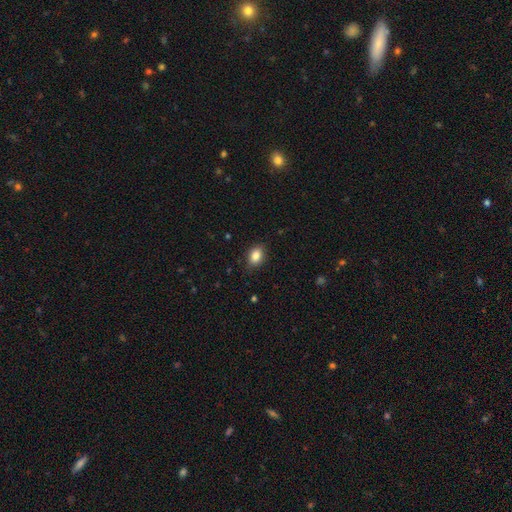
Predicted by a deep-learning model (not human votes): smooth_or_featured: smooth (p=0.86) [alt: star or artifact p=0.09]
how_rounded: in between (p=0.77) [alt: round p=0.21]
merging: none (p=0.85) [alt: minor disturbance p=0.11]